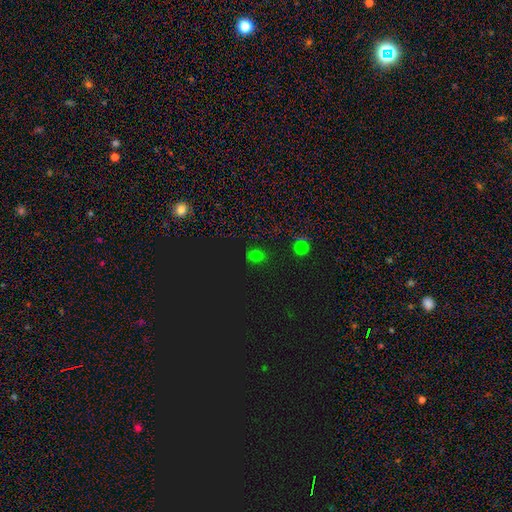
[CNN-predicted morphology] This is likely a smooth galaxy (62%). How rounded: likely round (76%). Merging: clearly none (85%).